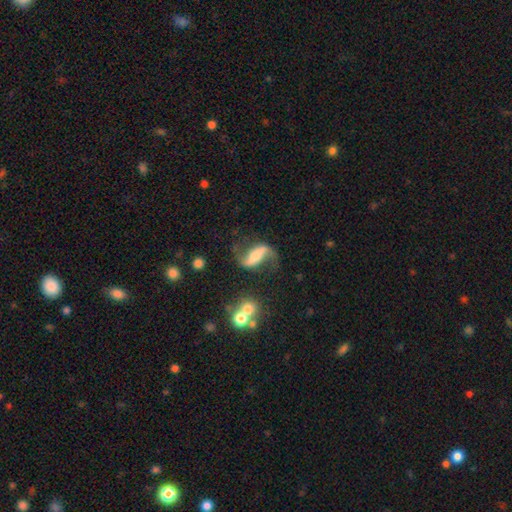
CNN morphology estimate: Smooth or featured? Predicted: featured or disk (p=0.83). Edge-on disk? Predicted: no (p=0.94). Bar? Predicted: strong (p=0.48). Spiral arms? Predicted: yes (p=0.95). Spiral winding? Predicted: loose (p=0.83). Spiral arm count? Predicted: 2 (p=0.93). Bulge size? Predicted: moderate (p=0.39). Merging? Predicted: none (p=0.69).